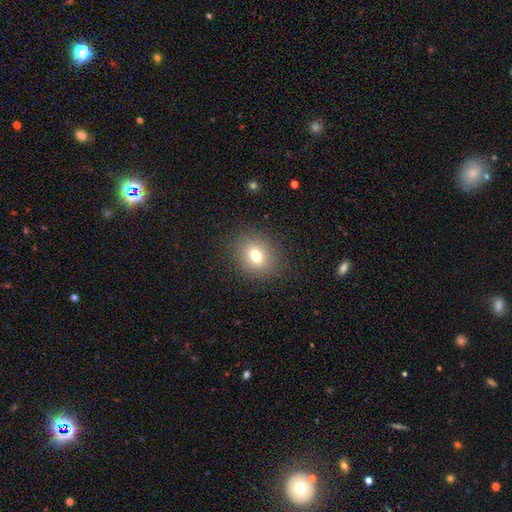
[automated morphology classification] smooth 76%, star or artifact 13%, featured or disk 11%. Down the decision tree: how rounded — round (57%); merging — none (87%).